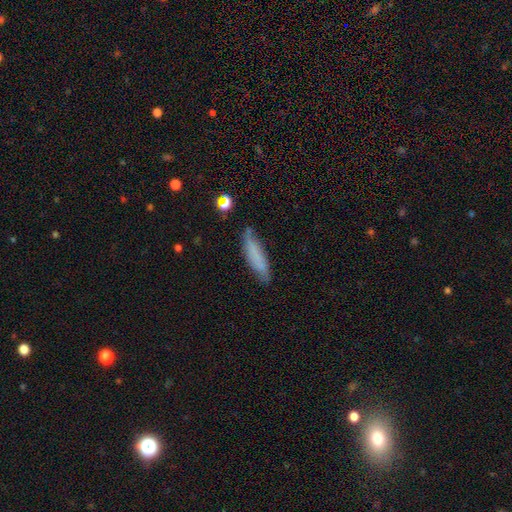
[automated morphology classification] Smooth or featured?
  - smooth: 69% *
  - featured or disk: 22%
  - star or artifact: 9%
How rounded?
  - cigar-shaped: 69% *
  - in between: 29%
  - round: 2%
Merging?
  - none: 69% *
  - minor disturbance: 23%
  - major disturbance: 5%
  - merger: 2%